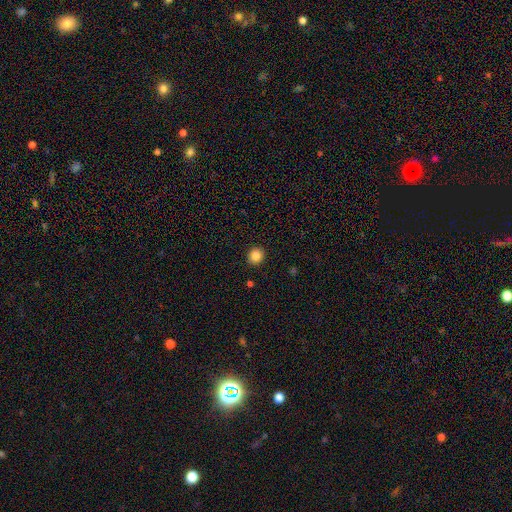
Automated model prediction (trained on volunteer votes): Smooth or featured? Predicted: smooth (p=0.86). How rounded? Predicted: round (p=0.88). Merging? Predicted: none (p=0.92).